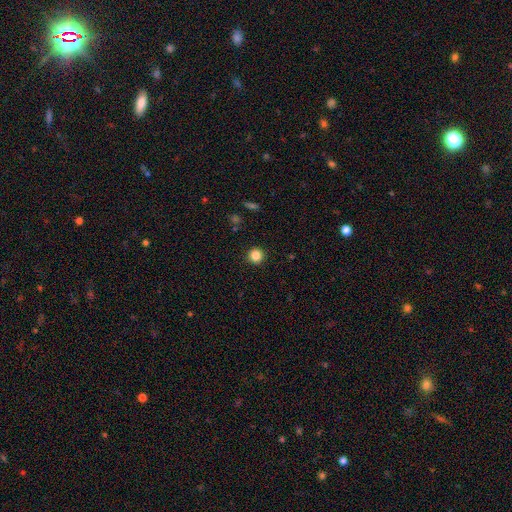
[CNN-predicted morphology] type=smooth (85%); roundness=round (95%); merging=none (92%).